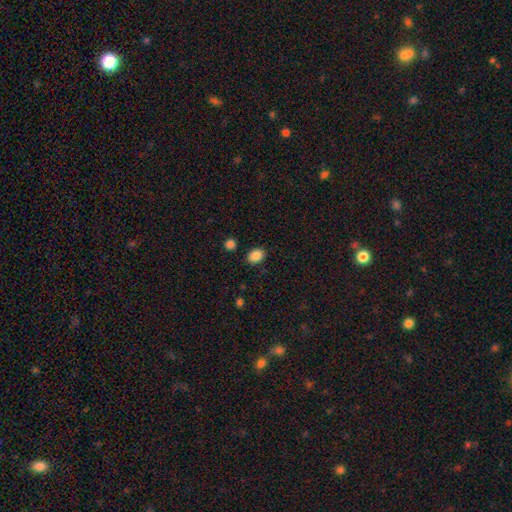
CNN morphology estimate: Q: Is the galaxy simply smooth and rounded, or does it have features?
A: smooth — 88%.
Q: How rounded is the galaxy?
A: in between — 69%.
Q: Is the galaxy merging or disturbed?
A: none — 86%.